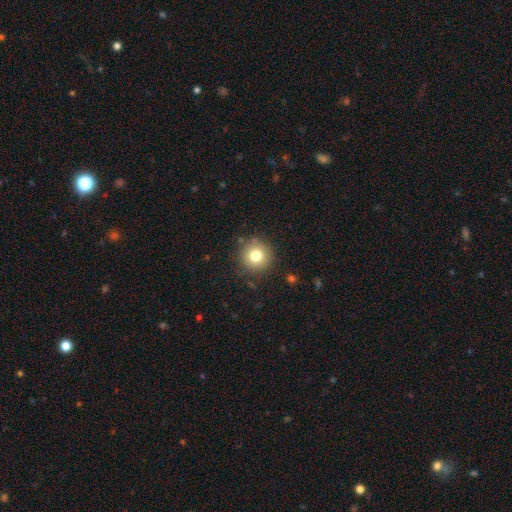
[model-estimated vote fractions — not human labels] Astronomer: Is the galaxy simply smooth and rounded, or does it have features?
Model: smooth — 78%.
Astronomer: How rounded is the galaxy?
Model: round — 95%.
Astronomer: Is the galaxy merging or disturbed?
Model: none — 88%.